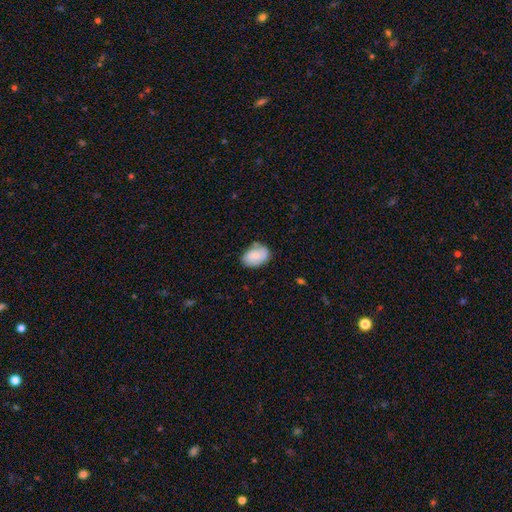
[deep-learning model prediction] smooth 80%, featured or disk 13%, star or artifact 7%. Down the decision tree: how rounded — in between (87%); merging — none (72%).